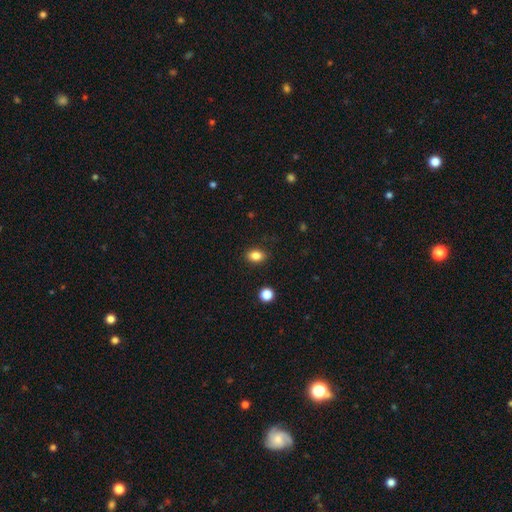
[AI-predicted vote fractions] Morphology: type=smooth (84%); roundness=in between (75%); merging=none (88%).